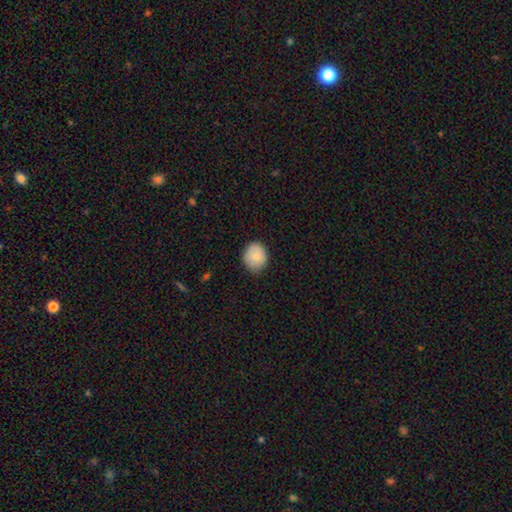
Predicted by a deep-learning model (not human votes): Q: Smooth or featured?
A: smooth (86%); runner-up: star or artifact (7%)
Q: How rounded?
A: round (66%); runner-up: in between (33%)
Q: Merging?
A: none (78%); runner-up: minor disturbance (18%)